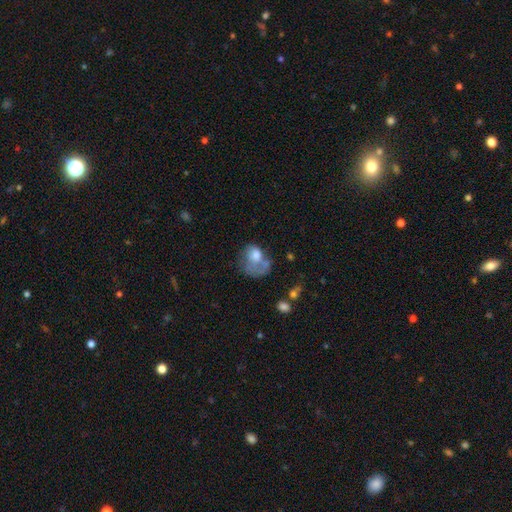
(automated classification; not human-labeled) Morphology: type=smooth (58%); roundness=in between (58%); merging=major disturbance (42%).